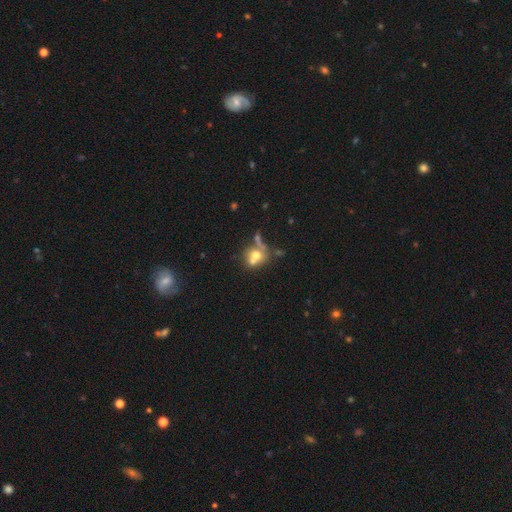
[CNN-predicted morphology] Smooth or featured? smooth (58%)
How rounded? round (65%)
Merging? merger (45%)